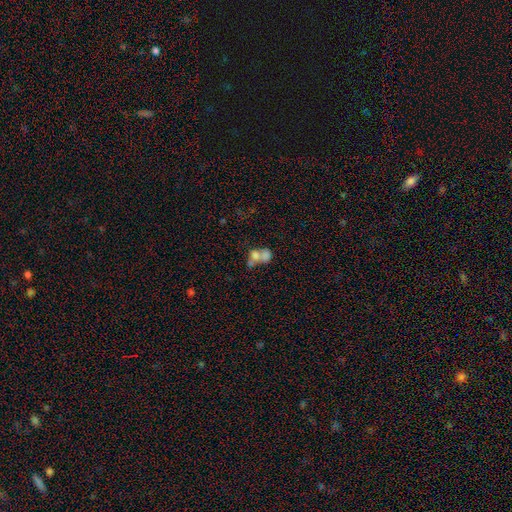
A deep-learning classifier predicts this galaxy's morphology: smooth 64%, featured or disk 24%, star or artifact 12%. Down the decision tree: how rounded — in between (60%); merging — merger (68%).